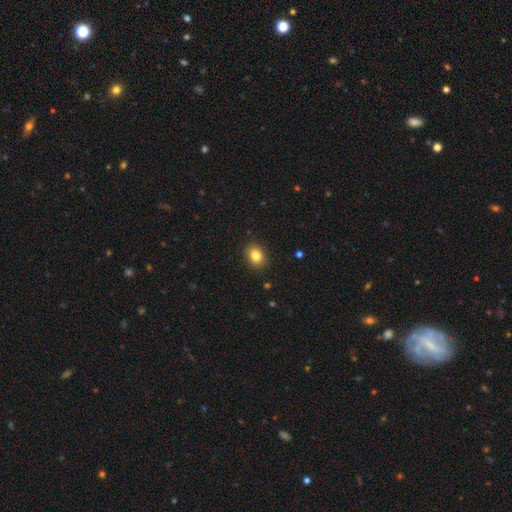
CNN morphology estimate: The model was most divided on "how rounded": in between: 56%, round: 43%, cigar-shaped: 1%. More confident: merging — none (89%); smooth or featured — smooth (84%).